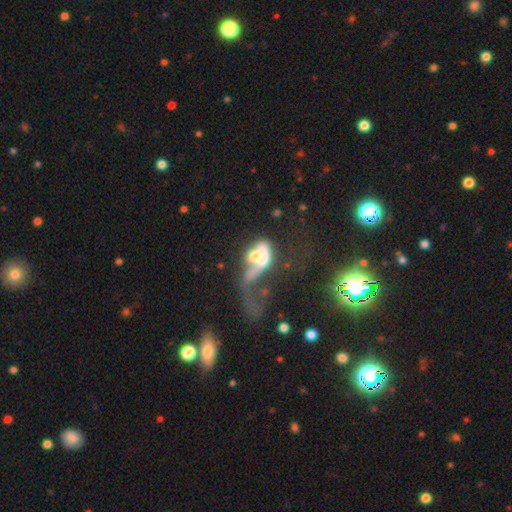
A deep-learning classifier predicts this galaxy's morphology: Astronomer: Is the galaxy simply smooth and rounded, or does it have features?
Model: featured or disk — 50% (runner-up: smooth, 39%).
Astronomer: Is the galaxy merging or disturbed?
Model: merger — 56% (runner-up: major disturbance, 32%).